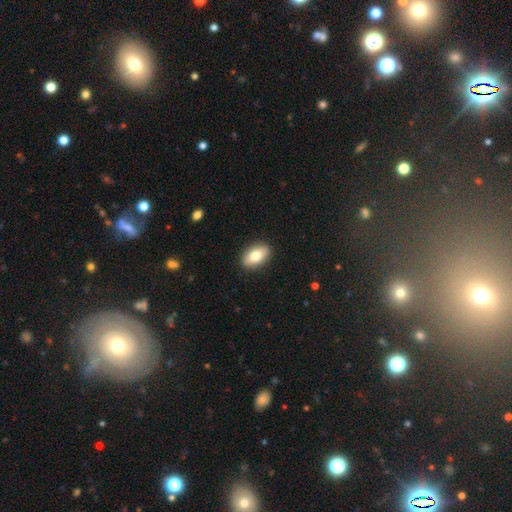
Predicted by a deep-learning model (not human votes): This appears to be a smooth galaxy with no disk features (79%) that is in between round and cigar-shaped (90%). Merging: none (89%).